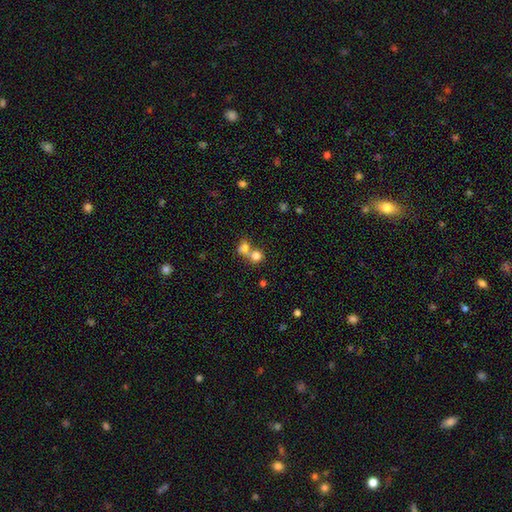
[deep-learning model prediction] This appears to be a smooth galaxy with no disk features (75%) that is round (76%). Merging: merger (62%).